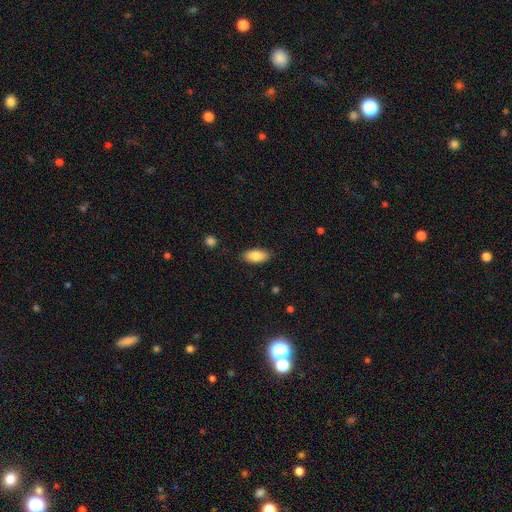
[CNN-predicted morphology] smooth-or-featured: smooth: 85% | featured or disk: 8% | star or artifact: 7%
  how-rounded: in between: 89% | cigar-shaped: 8% | round: 2%
  merging: none: 86% | minor disturbance: 11% | major disturbance: 2% | merger: 1%